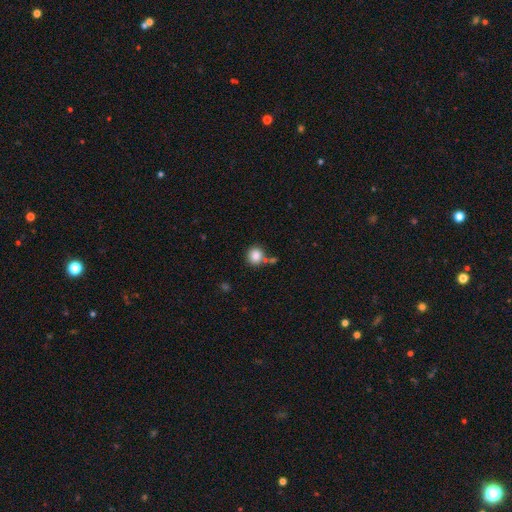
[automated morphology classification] Overall: smooth (85%). How rounded: round (85%). Merging: none (65%).